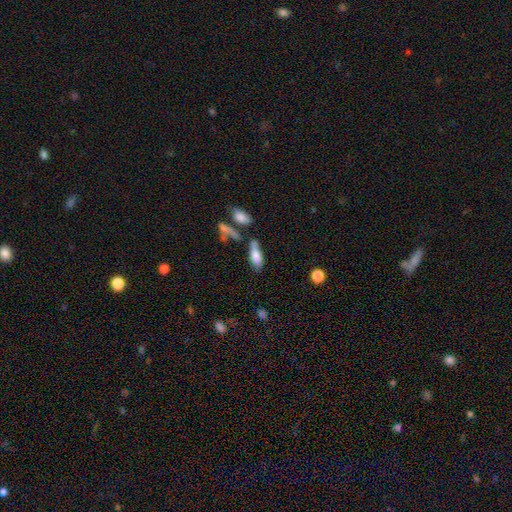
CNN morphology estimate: This is likely a smooth galaxy (75%). How rounded: likely in between (65%). Merging: possibly none (49%).